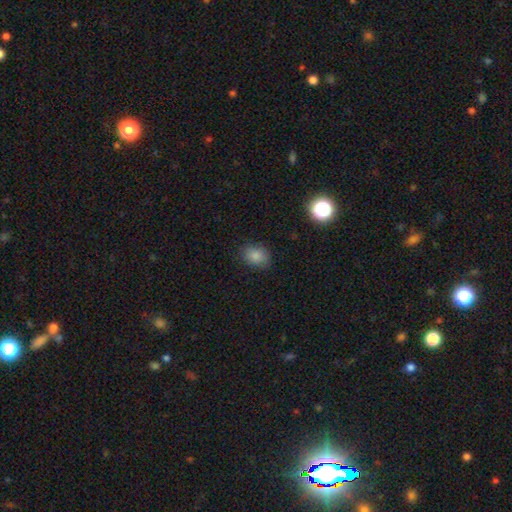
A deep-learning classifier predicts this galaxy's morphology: Smooth or featured?
  - smooth: 83% *
  - star or artifact: 12%
  - featured or disk: 5%
How rounded?
  - in between: 60% *
  - round: 39%
  - cigar-shaped: 1%
Merging?
  - none: 81% *
  - minor disturbance: 14%
  - major disturbance: 3%
  - merger: 1%